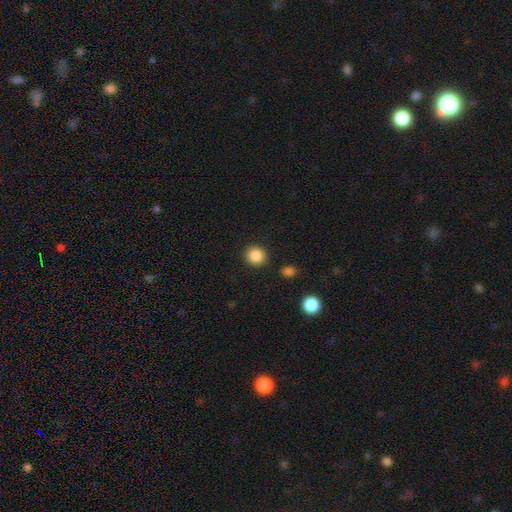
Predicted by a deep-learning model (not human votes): Q: Smooth or featured?
A: smooth (87%); runner-up: star or artifact (9%)
Q: How rounded?
A: round (84%); runner-up: in between (15%)
Q: Merging?
A: none (89%); runner-up: minor disturbance (7%)